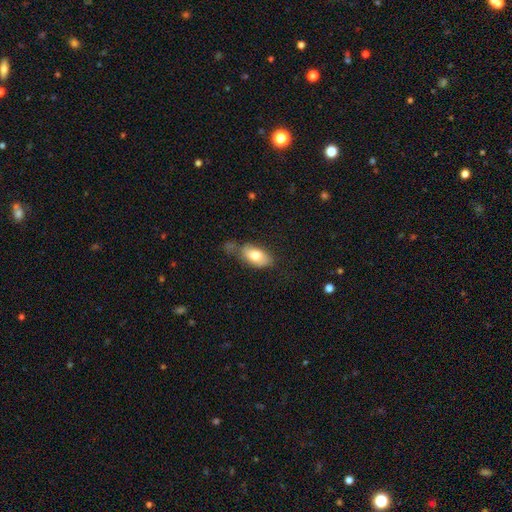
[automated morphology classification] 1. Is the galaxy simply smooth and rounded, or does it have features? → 76% smooth, 17% featured or disk, 7% star or artifact.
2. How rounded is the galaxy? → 92% in between, 4% round, 4% cigar-shaped.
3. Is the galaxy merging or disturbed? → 53% none, 27% minor disturbance, 10% major disturbance, 10% merger.